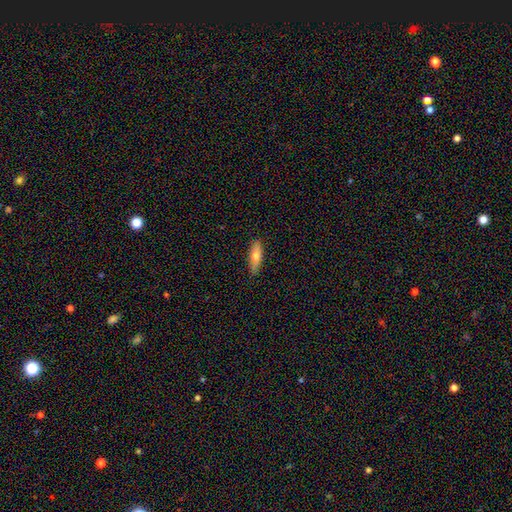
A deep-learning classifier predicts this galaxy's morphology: Smooth or featured? Predicted: smooth (p=0.66). How rounded? Predicted: cigar-shaped (p=0.54). Merging? Predicted: none (p=0.86).